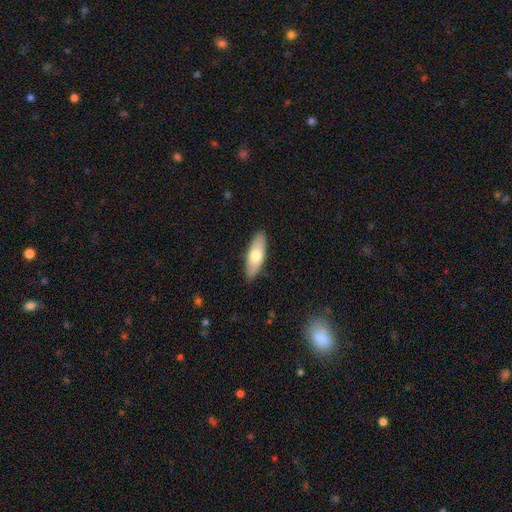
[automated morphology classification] type=smooth (68%); roundness=in between (64%); merging=none (87%).